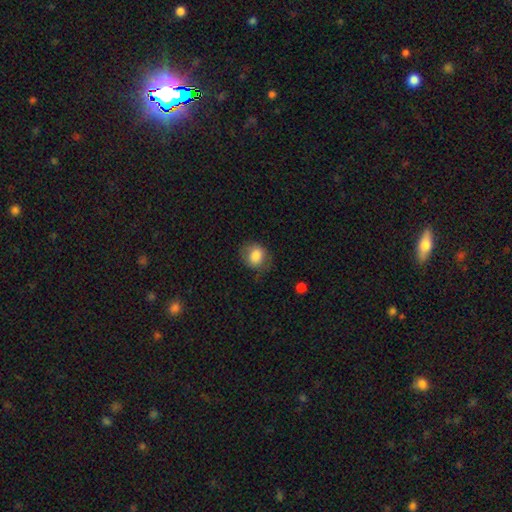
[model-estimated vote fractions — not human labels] This is clearly a smooth galaxy (83%). How rounded: likely round (63%). Merging: likely none (69%).